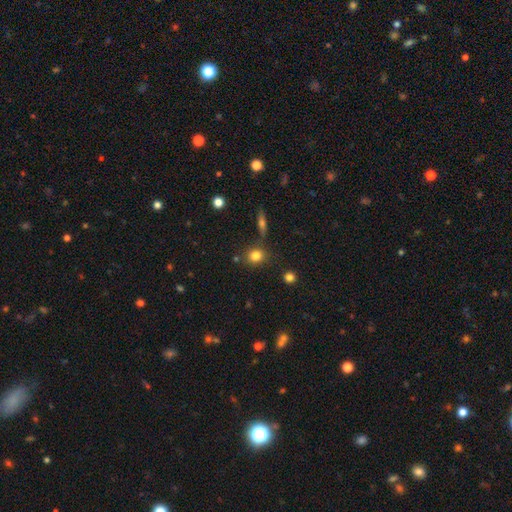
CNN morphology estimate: type=smooth (81%); roundness=round (79%); merging=none (78%).